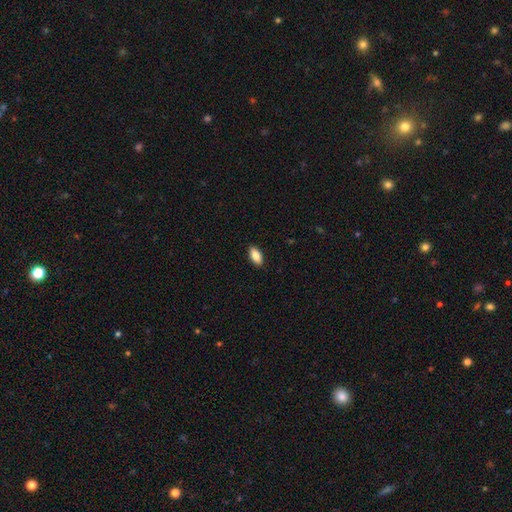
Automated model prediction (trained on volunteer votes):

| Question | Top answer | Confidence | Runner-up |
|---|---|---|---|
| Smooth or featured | smooth | 83% | featured or disk (10%) |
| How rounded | in between | 90% | cigar-shaped (8%) |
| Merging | none | 90% | minor disturbance (8%) |